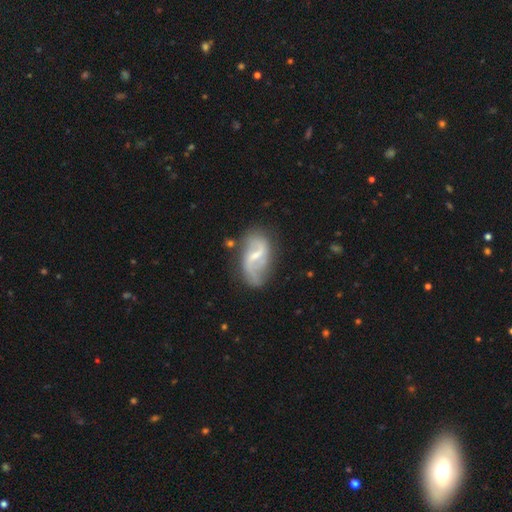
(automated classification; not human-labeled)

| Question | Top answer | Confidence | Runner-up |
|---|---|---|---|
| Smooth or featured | featured or disk | 78% | smooth (15%) |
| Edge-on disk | no | 96% | yes (4%) |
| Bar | weak | 57% | strong (27%) |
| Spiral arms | yes | 89% | no (11%) |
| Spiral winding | loose | 64% | medium (28%) |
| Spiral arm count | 2 | 83% | can't tell (8%) |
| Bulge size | small | 54% | moderate (29%) |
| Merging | none | 61% | minor disturbance (23%) |